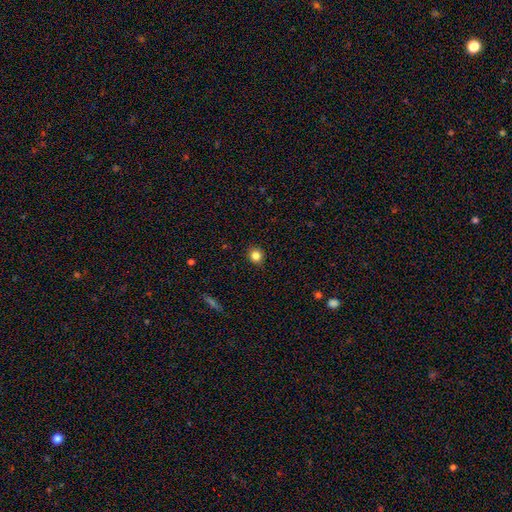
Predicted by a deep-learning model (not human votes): Overall: smooth (83%). How rounded: round (87%). Merging: none (91%).